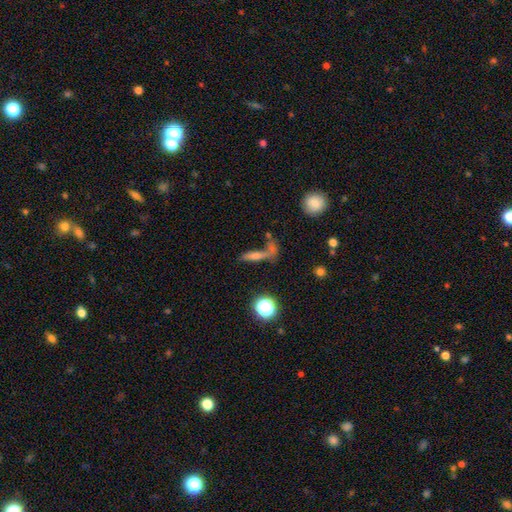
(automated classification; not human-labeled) smooth_or_featured: smooth (p=0.43) [alt: featured or disk p=0.35]
merging: none (p=0.45) [alt: merger p=0.28]